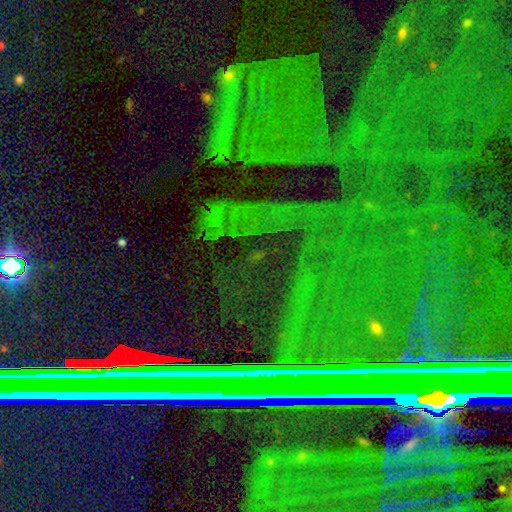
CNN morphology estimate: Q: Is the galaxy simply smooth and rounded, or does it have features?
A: star or artifact — 84%.